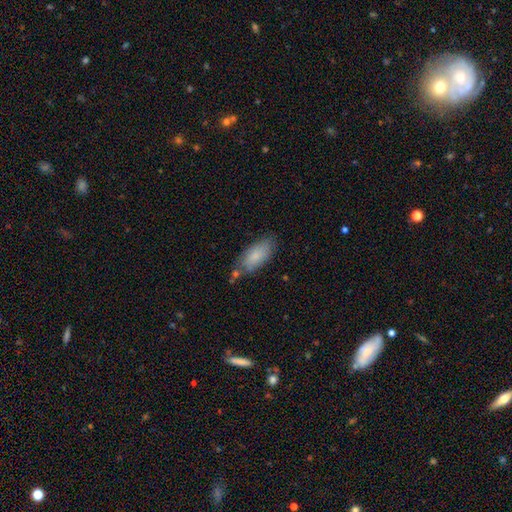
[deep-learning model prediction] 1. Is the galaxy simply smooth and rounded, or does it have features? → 81% smooth, 13% featured or disk, 6% star or artifact.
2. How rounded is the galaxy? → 85% in between, 13% cigar-shaped, 2% round.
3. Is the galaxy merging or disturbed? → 69% none, 21% minor disturbance, 6% merger, 4% major disturbance.